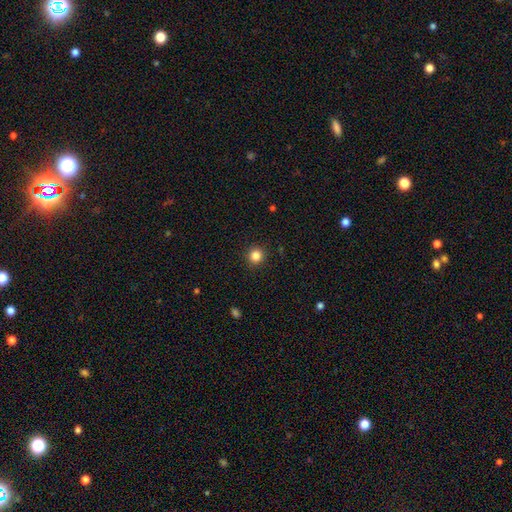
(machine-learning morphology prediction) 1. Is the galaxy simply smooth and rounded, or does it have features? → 84% smooth, 12% star or artifact, 4% featured or disk.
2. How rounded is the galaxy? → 94% round, 5% in between, 1% cigar-shaped.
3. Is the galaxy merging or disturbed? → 92% none, 5% minor disturbance, 2% major disturbance, 1% merger.